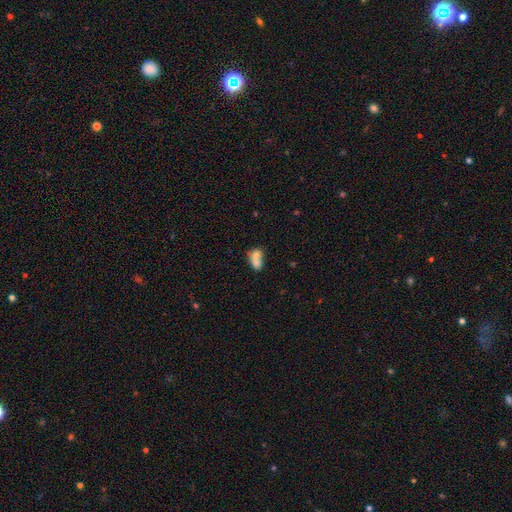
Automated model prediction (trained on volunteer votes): Smooth or featured? smooth (68%)
How rounded? in between (61%)
Merging? merger (69%)